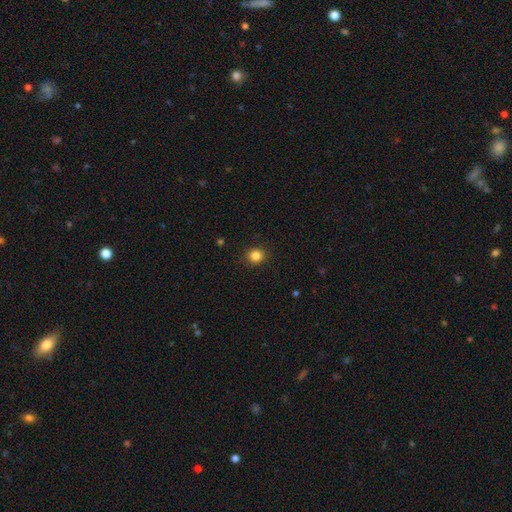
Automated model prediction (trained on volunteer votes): smooth-or-featured: smooth: 85% | star or artifact: 11% | featured or disk: 4%
  how-rounded: round: 89% | in between: 10% | cigar-shaped: 1%
  merging: none: 91% | minor disturbance: 6% | major disturbance: 2% | merger: 1%